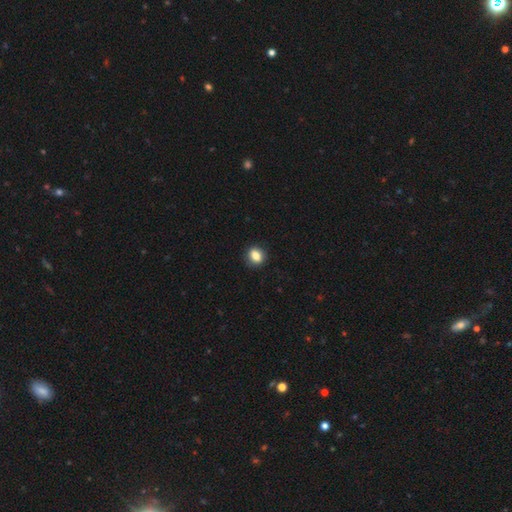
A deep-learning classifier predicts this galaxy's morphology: This appears to be a smooth galaxy with no disk features (80%) that is round (54%). Merging: none (89%).